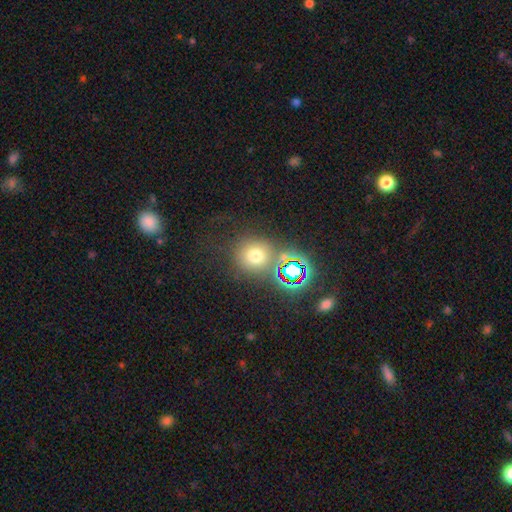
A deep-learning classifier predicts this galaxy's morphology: smooth_or_featured: smooth (p=0.64) [alt: star or artifact p=0.26]
how_rounded: round (p=0.87) [alt: in between p=0.11]
merging: none (p=0.70) [alt: merger p=0.13]